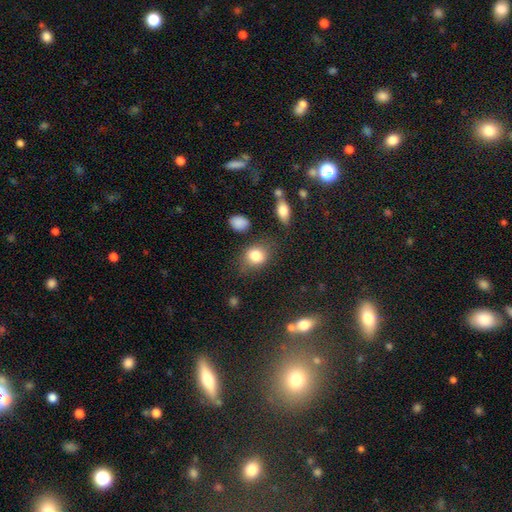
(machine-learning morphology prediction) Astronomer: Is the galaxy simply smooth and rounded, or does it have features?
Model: smooth — 82%.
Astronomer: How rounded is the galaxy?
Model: in between — 52% (runner-up: round, 47%).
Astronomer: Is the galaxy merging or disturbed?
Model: none — 69%.